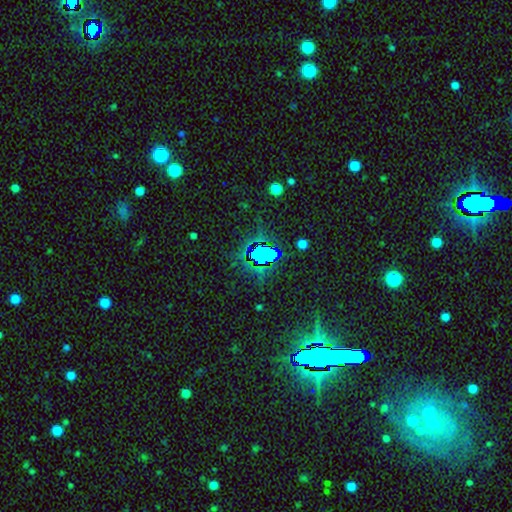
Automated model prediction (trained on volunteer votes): Smooth or featured: star or artifact — 70% (smooth — 19%)